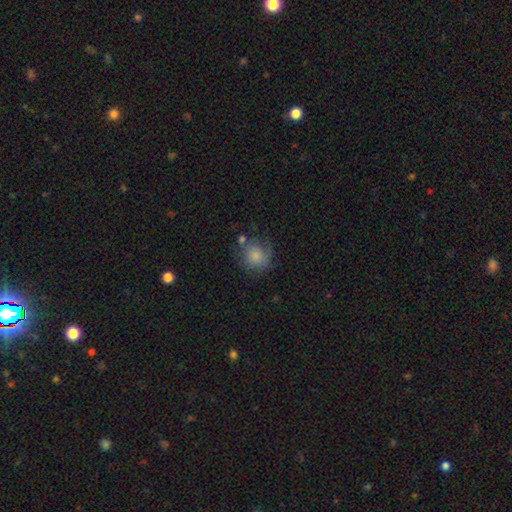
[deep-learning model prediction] Smooth or featured? Predicted: smooth (p=0.71). How rounded? Predicted: round (p=0.82). Merging? Predicted: none (p=0.54).